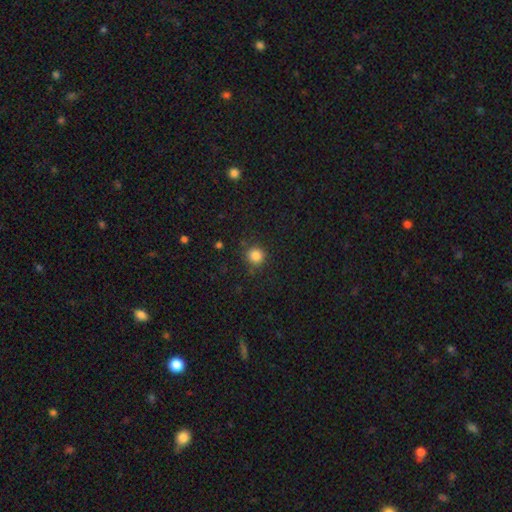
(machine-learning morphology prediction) Smooth or featured: smooth — 84% (star or artifact — 12%)
How rounded: round — 92% (in between — 7%)
Merging: none — 86% (minor disturbance — 9%)